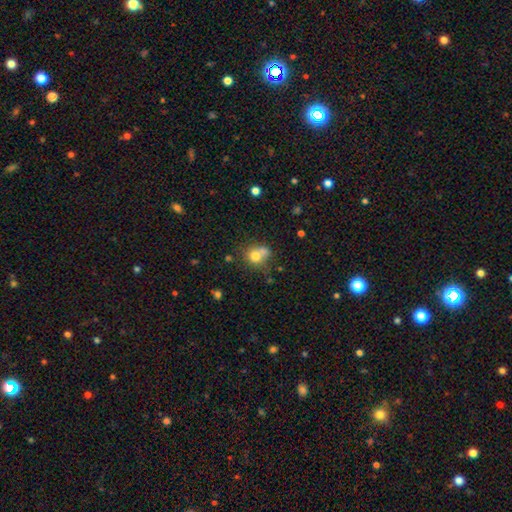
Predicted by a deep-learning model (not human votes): This appears to be a smooth galaxy with no disk features (74%) that is round (74%). Merging: none (42%).